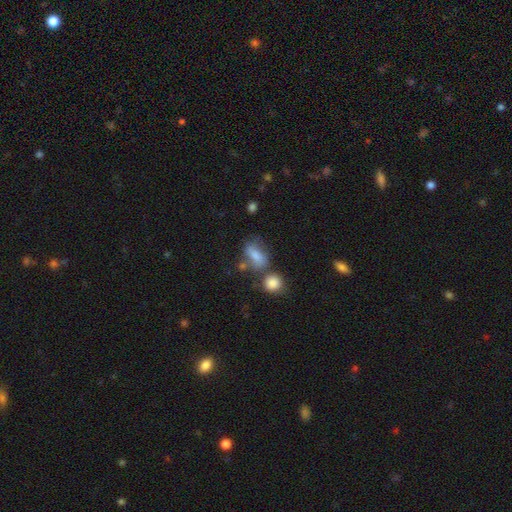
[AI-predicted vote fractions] This is likely a smooth galaxy (73%). How rounded: likely in between (77%). Merging: marginally none (40%).